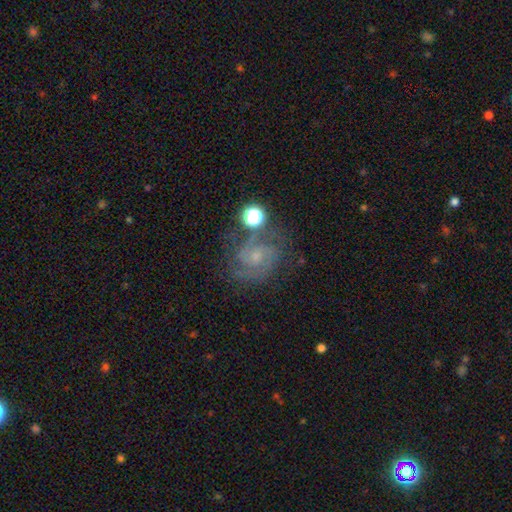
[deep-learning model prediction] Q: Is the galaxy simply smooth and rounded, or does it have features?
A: featured or disk — 79%.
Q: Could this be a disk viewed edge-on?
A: no — 98%.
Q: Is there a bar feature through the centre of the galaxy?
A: no — 60%.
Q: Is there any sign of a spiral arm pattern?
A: yes — 96%.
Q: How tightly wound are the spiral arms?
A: tight — 49%.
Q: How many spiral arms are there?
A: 2 — 66%.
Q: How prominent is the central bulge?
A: small — 60%.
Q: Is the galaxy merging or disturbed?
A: none — 67%.